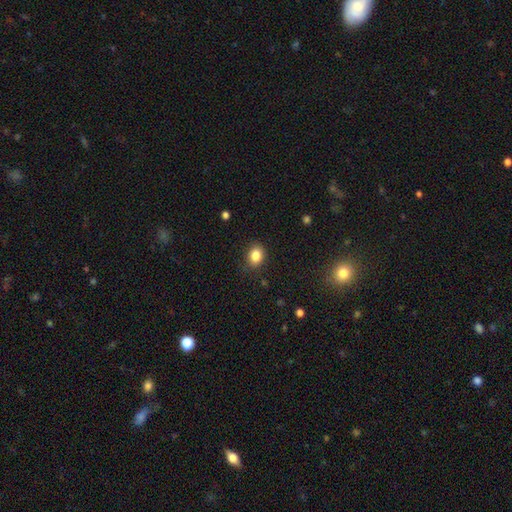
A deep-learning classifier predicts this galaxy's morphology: type=smooth (85%); roundness=in between (64%); merging=none (84%).